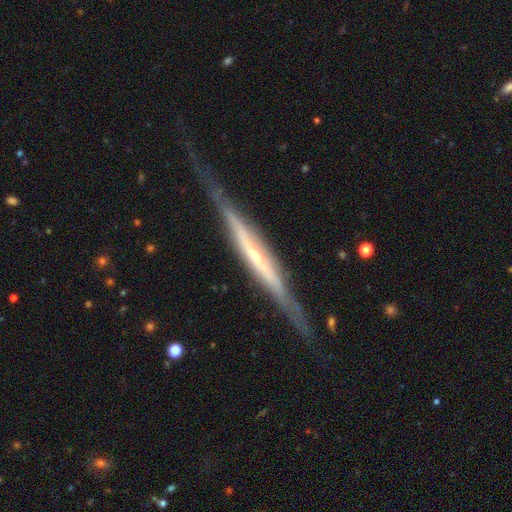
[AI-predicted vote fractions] Smooth or featured? featured or disk (81%)
Edge-on disk? yes (94%)
Edge-on bulge? none (48%)
Merging? none (72%)